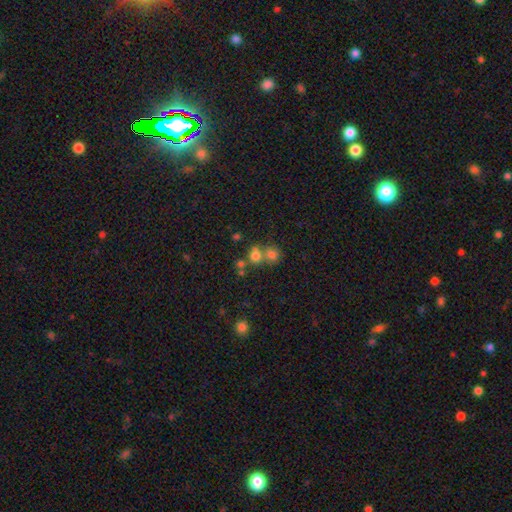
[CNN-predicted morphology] Smooth or featured? Predicted: smooth (p=0.70). How rounded? Predicted: round (p=0.78). Merging? Predicted: merger (p=0.47).